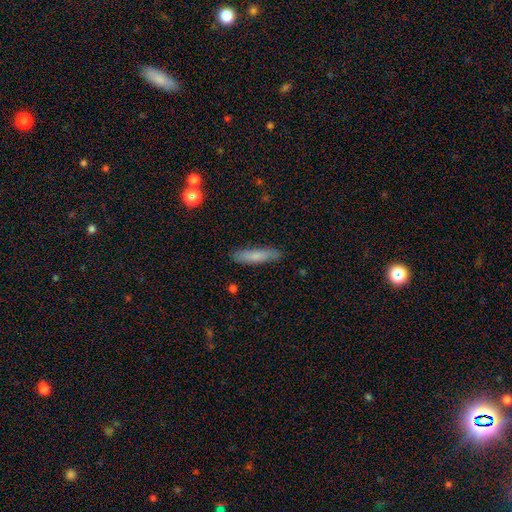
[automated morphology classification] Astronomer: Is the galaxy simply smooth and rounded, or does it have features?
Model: smooth — 75%.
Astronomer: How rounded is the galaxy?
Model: cigar-shaped — 79%.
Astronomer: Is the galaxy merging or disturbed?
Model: none — 84%.